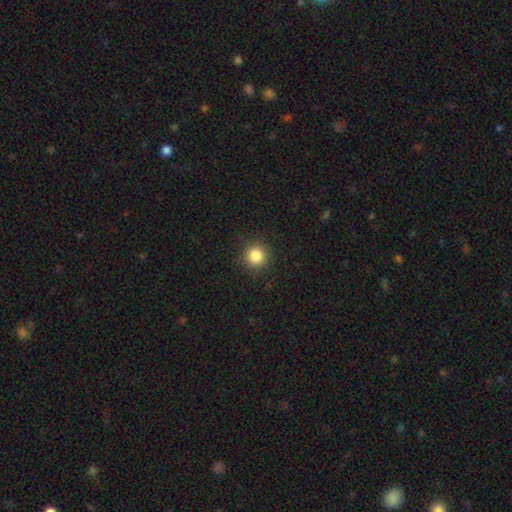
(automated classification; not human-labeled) A smooth galaxy with no disk features (85%) that is round (94%). Merging: none (91%).